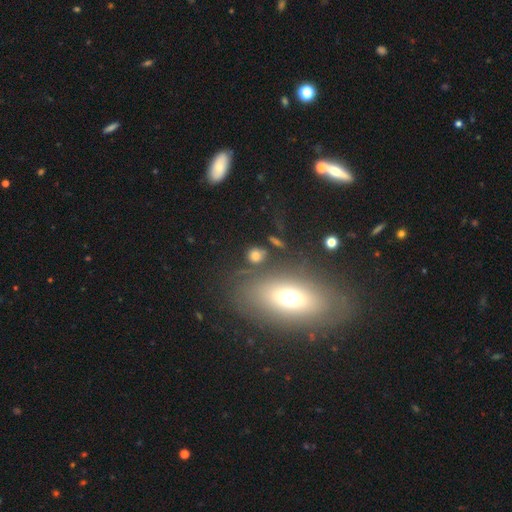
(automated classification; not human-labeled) This is likely a smooth galaxy (65%). How rounded: likely round (69%). Merging: likely none (72%).